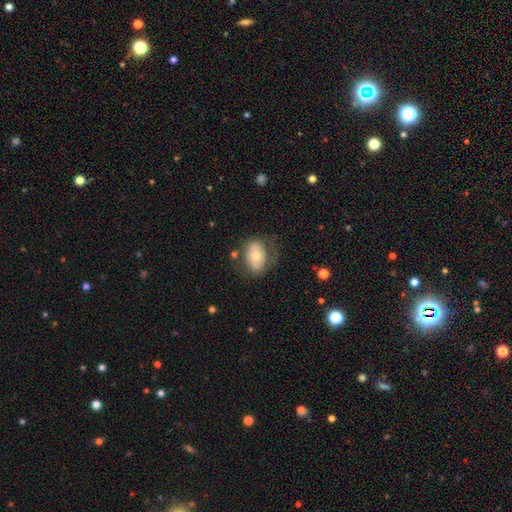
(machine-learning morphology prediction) Overall: smooth (52%; featured or disk 41%). How rounded: in between (69%; round 29%). Merging: none (61%; minor disturbance 22%).